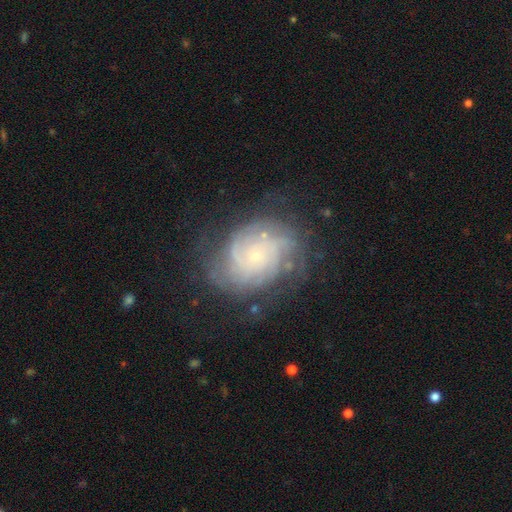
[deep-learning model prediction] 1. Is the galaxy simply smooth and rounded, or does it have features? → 78% featured or disk, 14% smooth, 8% star or artifact.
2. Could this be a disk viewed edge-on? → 97% no, 3% yes.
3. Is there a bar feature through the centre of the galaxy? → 79% no, 18% weak, 3% strong.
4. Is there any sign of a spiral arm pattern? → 94% yes, 6% no.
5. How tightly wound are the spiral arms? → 66% tight, 27% medium, 8% loose.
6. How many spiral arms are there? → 39% can't tell, 18% 4, 14% 3, 13% 2, 10% more than 4, 6% 1.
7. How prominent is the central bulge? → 79% small, 14% moderate, 4% none, 2% large, 1% dominant.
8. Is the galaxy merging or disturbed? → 70% none, 18% minor disturbance, 10% major disturbance, 2% merger.